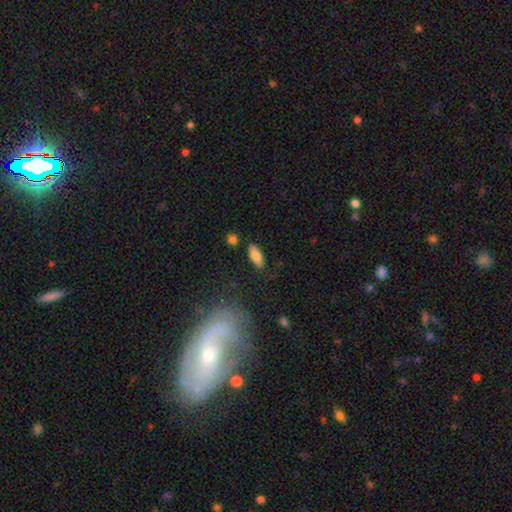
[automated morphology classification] type=smooth (81%); roundness=in between (82%); merging=none (82%).